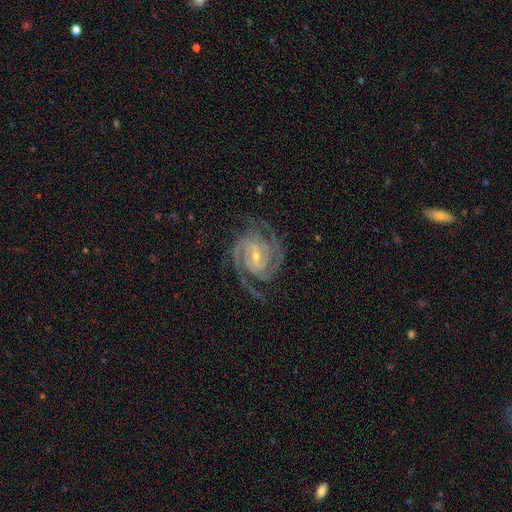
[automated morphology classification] Smooth or featured? featured or disk (93%)
Edge-on disk? no (98%)
Bar? weak (46%)
Spiral arms? yes (99%)
Spiral winding? tight (67%)
Spiral arm count? 2 (50%)
Bulge size? small (61%)
Merging? none (78%)